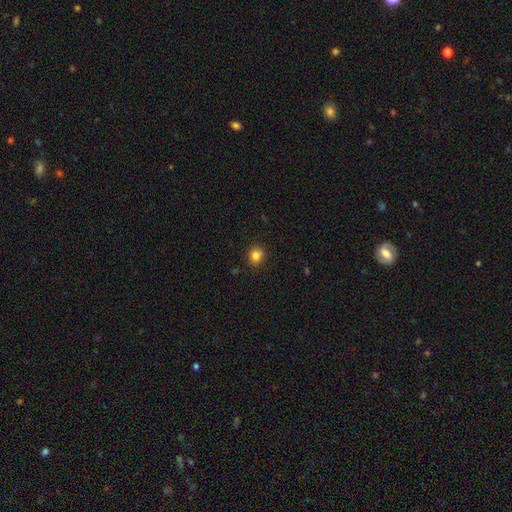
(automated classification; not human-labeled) smooth 83%, star or artifact 11%, featured or disk 5%. Down the decision tree: how rounded — round (75%); merging — none (88%).